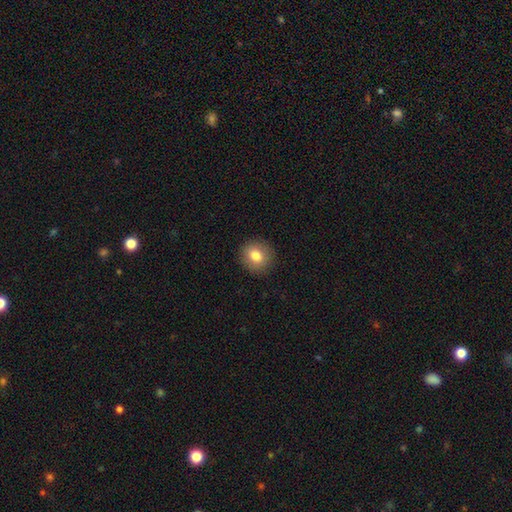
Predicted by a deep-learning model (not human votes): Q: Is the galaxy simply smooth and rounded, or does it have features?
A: smooth — 81%.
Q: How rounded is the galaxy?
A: round — 83%.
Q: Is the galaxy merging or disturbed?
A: none — 90%.